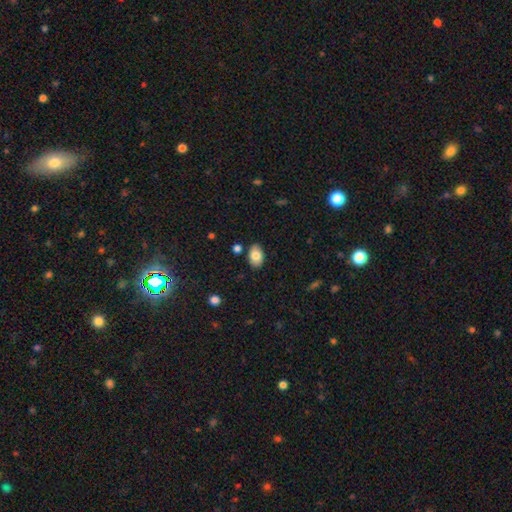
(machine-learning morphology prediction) smooth-or-featured: smooth: 81% | featured or disk: 12% | star or artifact: 7%
  how-rounded: in between: 90% | round: 9% | cigar-shaped: 1%
  merging: none: 84% | minor disturbance: 10% | merger: 3% | major disturbance: 2%